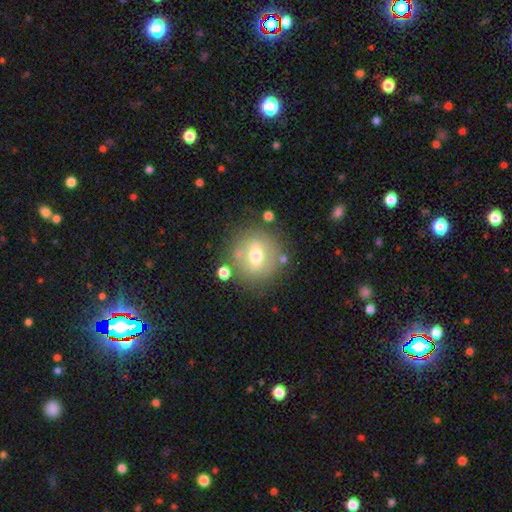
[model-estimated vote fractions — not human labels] Morphology: type=smooth (50%); roundness=round (83%); merging=none (79%).